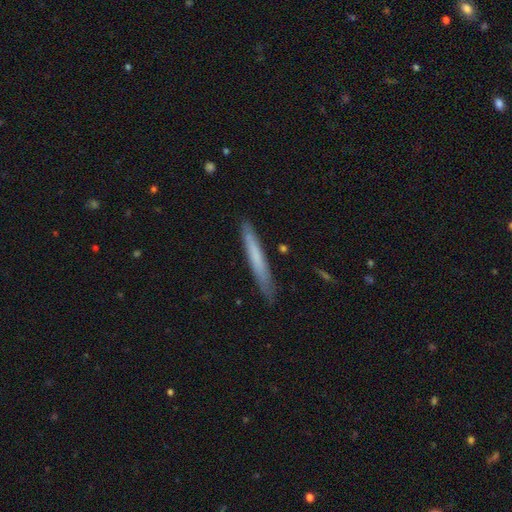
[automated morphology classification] smooth-or-featured: smooth: 63% | featured or disk: 31% | star or artifact: 6%
  how-rounded: cigar-shaped: 97% | in between: 2% | round: 1%
  merging: none: 87% | minor disturbance: 10% | major disturbance: 2% | merger: 1%